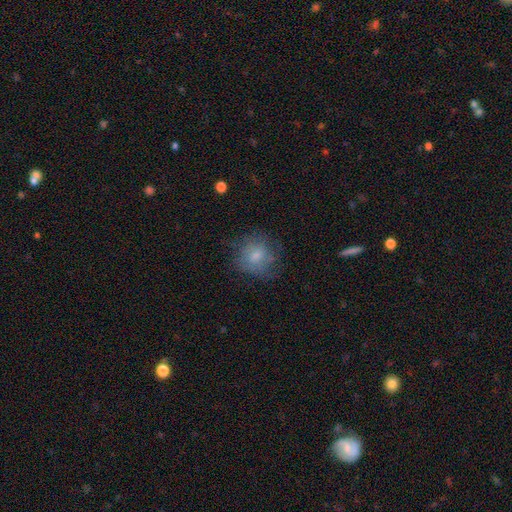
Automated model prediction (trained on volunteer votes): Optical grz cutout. It shows a smooth galaxy with no disk features (68%) that is round (79%). Merging: none (63%).